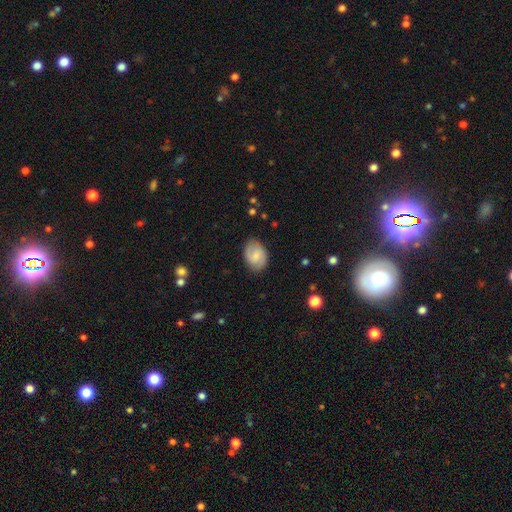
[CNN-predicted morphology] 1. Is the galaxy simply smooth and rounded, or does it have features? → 64% smooth, 29% featured or disk, 7% star or artifact.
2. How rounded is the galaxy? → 74% in between, 24% round, 1% cigar-shaped.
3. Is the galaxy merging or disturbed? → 80% none, 15% minor disturbance, 3% major disturbance, 1% merger.